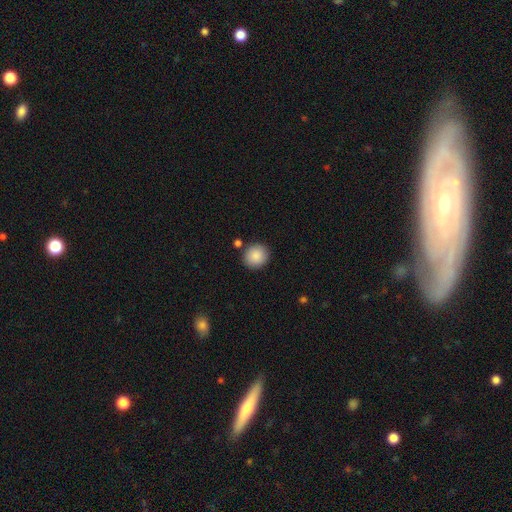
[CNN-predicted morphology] Smooth or featured?
  - smooth: 88% *
  - star or artifact: 7%
  - featured or disk: 4%
How rounded?
  - round: 90% *
  - in between: 9%
  - cigar-shaped: 1%
Merging?
  - none: 86% *
  - minor disturbance: 7%
  - merger: 4%
  - major disturbance: 2%